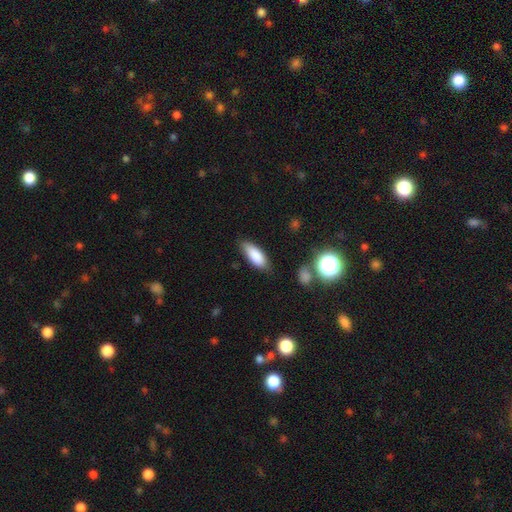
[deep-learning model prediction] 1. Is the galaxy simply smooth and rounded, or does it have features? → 85% smooth, 8% featured or disk, 7% star or artifact.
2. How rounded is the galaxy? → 73% in between, 25% cigar-shaped, 2% round.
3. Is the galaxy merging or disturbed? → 78% none, 16% minor disturbance, 3% major disturbance, 3% merger.